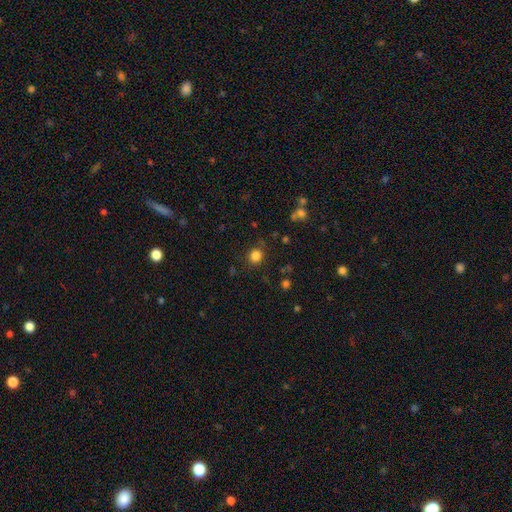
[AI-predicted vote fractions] Smooth or featured? smooth (82%)
How rounded? round (88%)
Merging? none (84%)